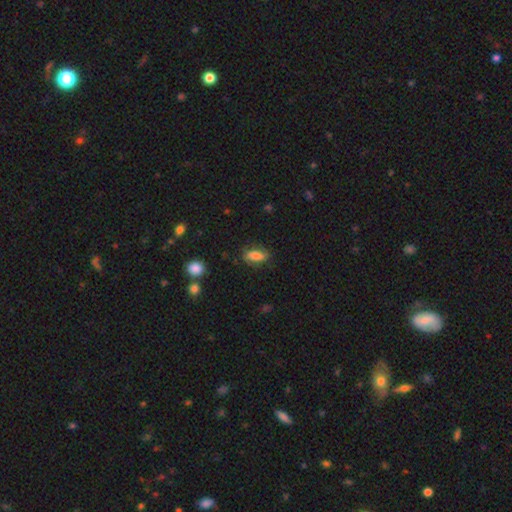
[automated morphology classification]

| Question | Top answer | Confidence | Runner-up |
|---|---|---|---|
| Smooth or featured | smooth | 70% | featured or disk (22%) |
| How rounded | in between | 81% | cigar-shaped (14%) |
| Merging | none | 73% | minor disturbance (20%) |